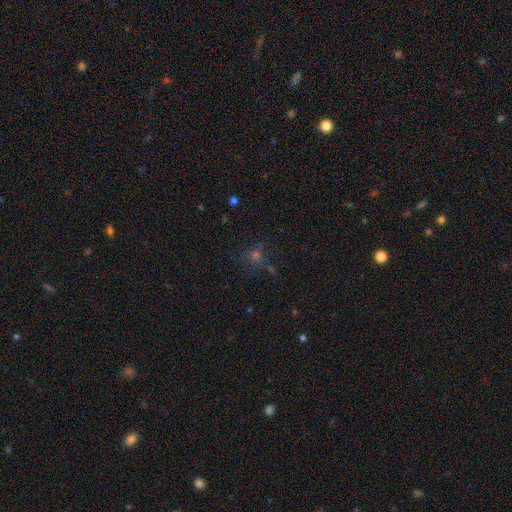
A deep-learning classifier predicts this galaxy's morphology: Smooth or featured: smooth — 44% (tied with star or artifact — 44%)
Merging: none — 72% (minor disturbance — 13%)